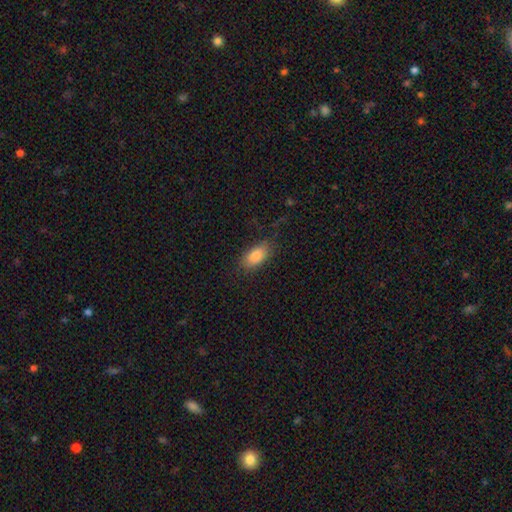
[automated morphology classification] A smooth galaxy with no disk features (85%) that is in between round and cigar-shaped (90%).

Vote fractions:
- Smooth or featured? smooth: 85% / star or artifact: 8% / featured or disk: 7%
- How rounded? in between: 90% / cigar-shaped: 6% / round: 4%
- Merging? none: 78% / minor disturbance: 15% / major disturbance: 5% / merger: 1%